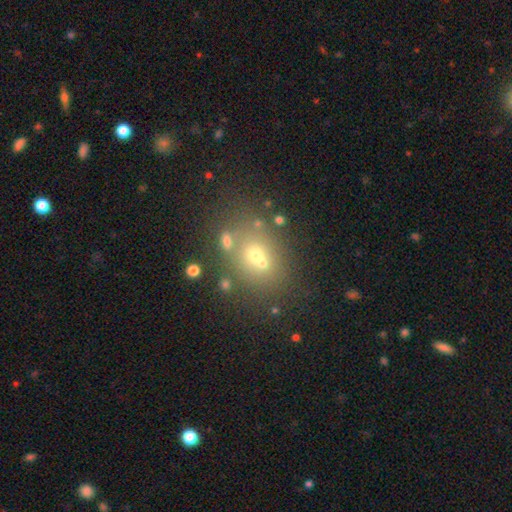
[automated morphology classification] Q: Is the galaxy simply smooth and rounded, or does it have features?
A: smooth — 55%.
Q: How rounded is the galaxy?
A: round — 64%.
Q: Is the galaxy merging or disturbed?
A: none — 51%.